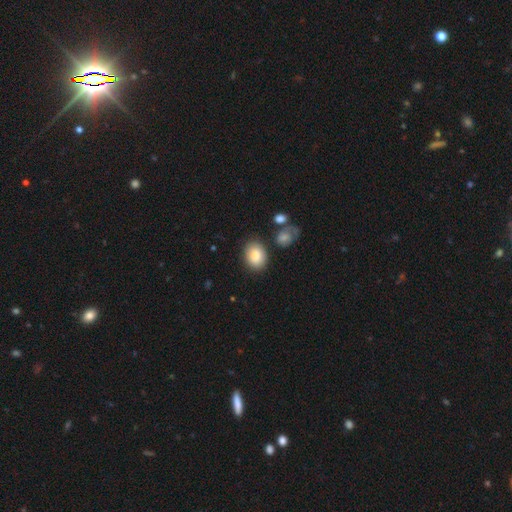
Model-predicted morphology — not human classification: The model was most divided on "how rounded": in between: 66%, round: 33%, cigar-shaped: 1%. More confident: smooth or featured — smooth (85%); merging — none (80%).